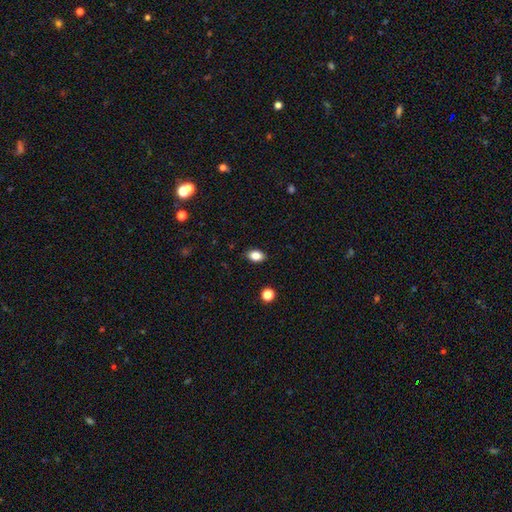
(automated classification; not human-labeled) A smooth galaxy with no disk features (85%) that is in between round and cigar-shaped (83%).

Vote fractions:
- Smooth or featured? smooth: 85% / star or artifact: 9% / featured or disk: 5%
- How rounded? in between: 83% / round: 16% / cigar-shaped: 2%
- Merging? none: 88% / minor disturbance: 9% / major disturbance: 2% / merger: 1%